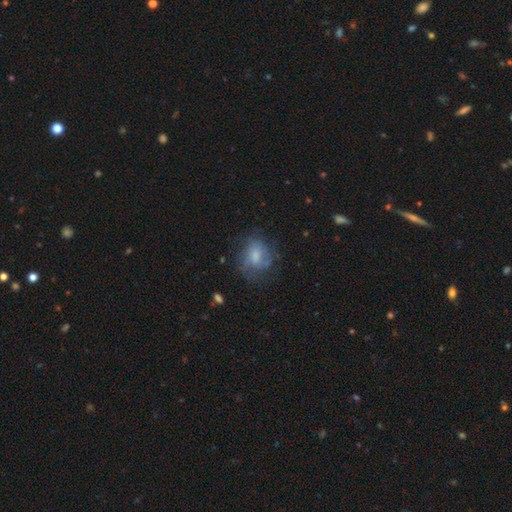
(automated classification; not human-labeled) Q: Smooth or featured?
A: smooth (52%); runner-up: featured or disk (37%)
Q: How rounded?
A: round (56%); runner-up: in between (42%)
Q: Merging?
A: none (55%); runner-up: minor disturbance (24%)